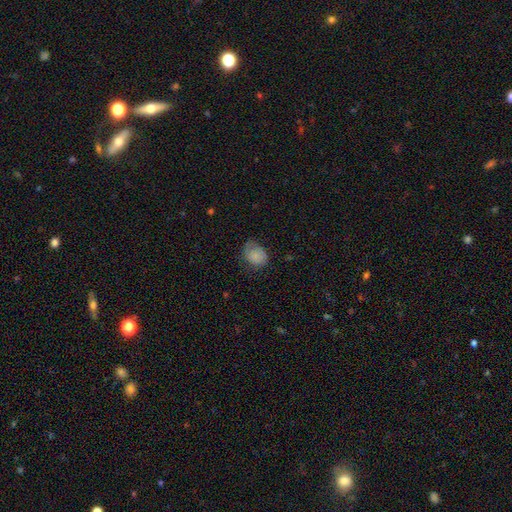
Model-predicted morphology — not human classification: Q: Smooth or featured?
A: smooth (77%); runner-up: featured or disk (14%)
Q: How rounded?
A: round (51%); runner-up: in between (48%)
Q: Merging?
A: none (50%); runner-up: minor disturbance (34%)